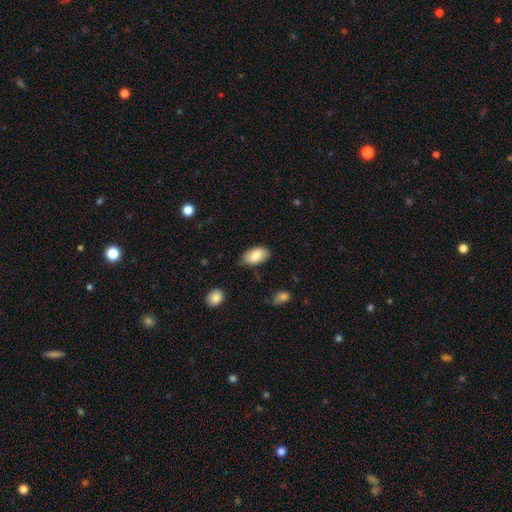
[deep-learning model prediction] smooth-or-featured: smooth: 84% | featured or disk: 9% | star or artifact: 7%
  how-rounded: in between: 94% | round: 5% | cigar-shaped: 1%
  merging: none: 74% | minor disturbance: 21% | major disturbance: 3% | merger: 2%